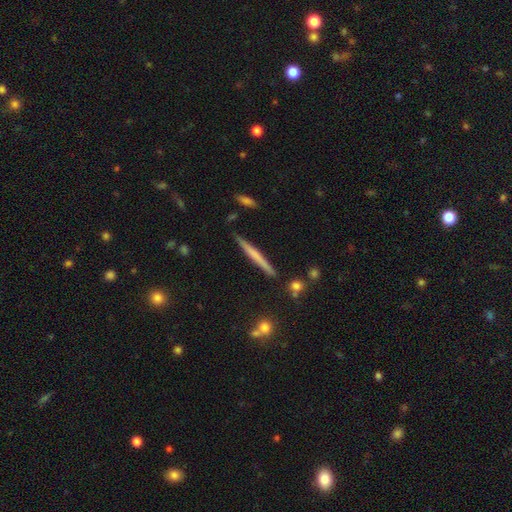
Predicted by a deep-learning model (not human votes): smooth_or_featured: smooth (p=0.51) [alt: featured or disk p=0.43]
how_rounded: cigar-shaped (p=0.96) [alt: in between p=0.02]
merging: none (p=0.88) [alt: minor disturbance p=0.08]